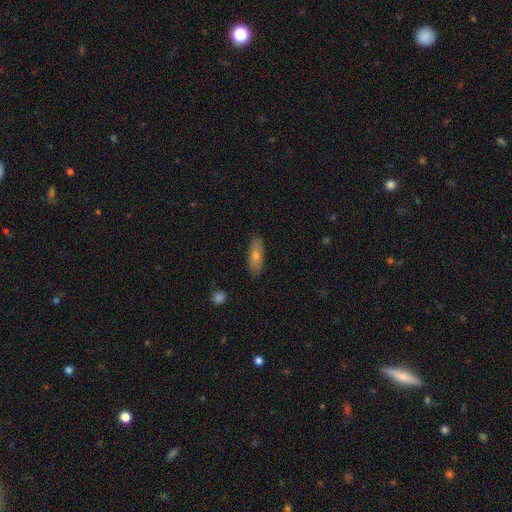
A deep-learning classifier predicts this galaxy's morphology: The model was most divided on "how rounded": in between: 63%, cigar-shaped: 34%, round: 3%. More confident: merging — none (88%); smooth or featured — smooth (64%).